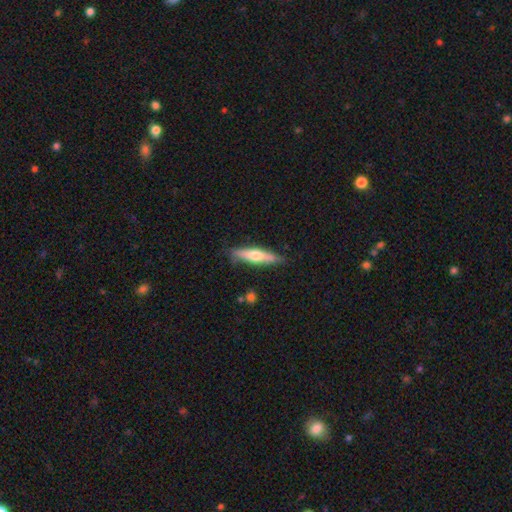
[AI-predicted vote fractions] smooth_or_featured: smooth (p=0.49) [alt: featured or disk p=0.46]
merging: none (p=0.84) [alt: minor disturbance p=0.12]